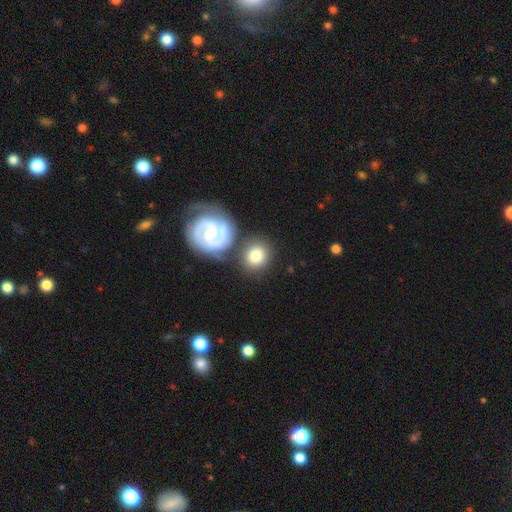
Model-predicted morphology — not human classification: Q: Smooth or featured?
A: smooth (68%); runner-up: featured or disk (25%)
Q: How rounded?
A: round (83%); runner-up: in between (16%)
Q: Merging?
A: none (71%); runner-up: merger (13%)